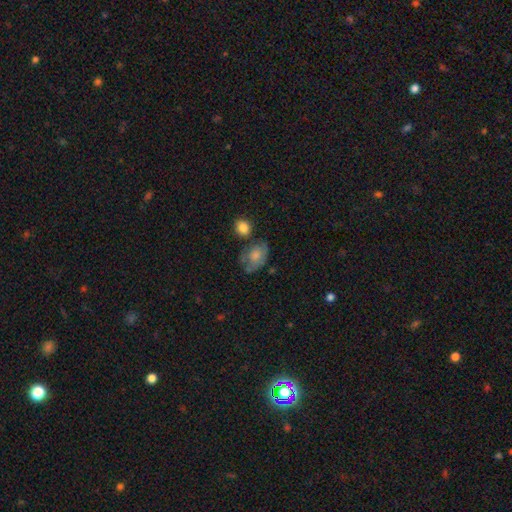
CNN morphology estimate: A smooth galaxy with no disk features (62%) that is in between round and cigar-shaped (77%). Merging: none (45%).